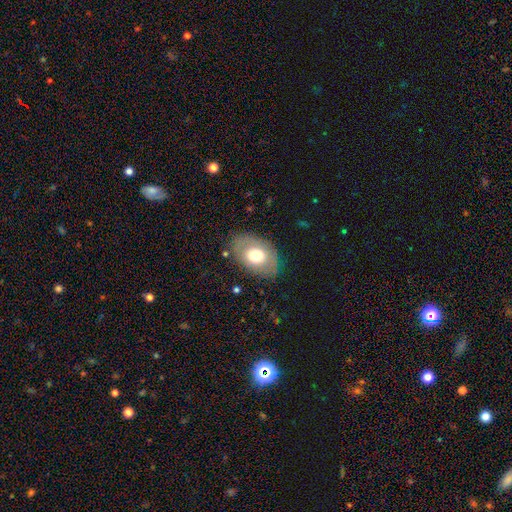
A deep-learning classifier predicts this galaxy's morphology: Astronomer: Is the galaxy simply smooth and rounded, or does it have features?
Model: smooth — 62%.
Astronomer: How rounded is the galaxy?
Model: in between — 83%.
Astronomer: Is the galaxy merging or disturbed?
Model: none — 79%.